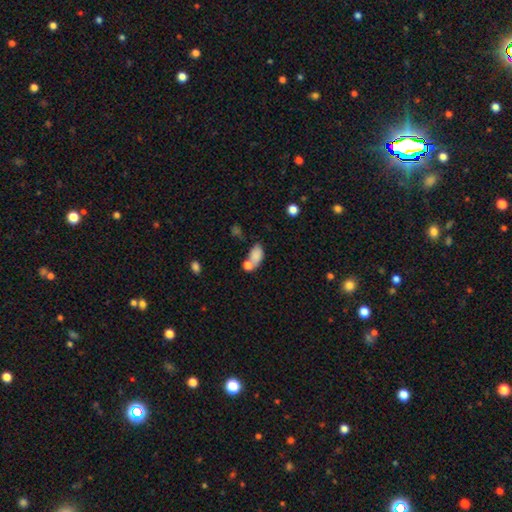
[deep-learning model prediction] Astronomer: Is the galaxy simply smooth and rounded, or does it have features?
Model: smooth — 80%.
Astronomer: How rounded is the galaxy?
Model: in between — 88%.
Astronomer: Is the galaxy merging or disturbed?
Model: merger — 38% (runner-up: none, 37%).